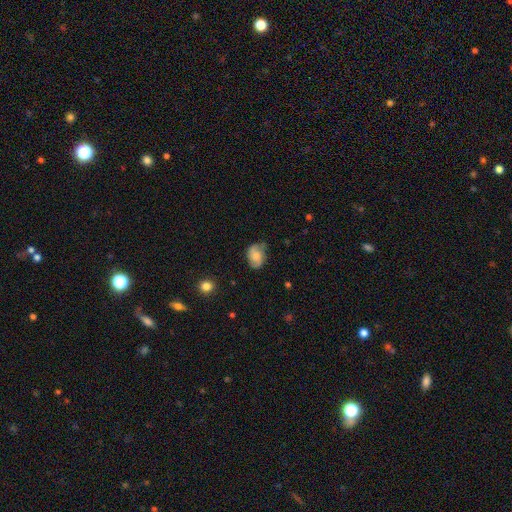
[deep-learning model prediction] Smooth or featured? smooth (46%)
Merging? none (63%)